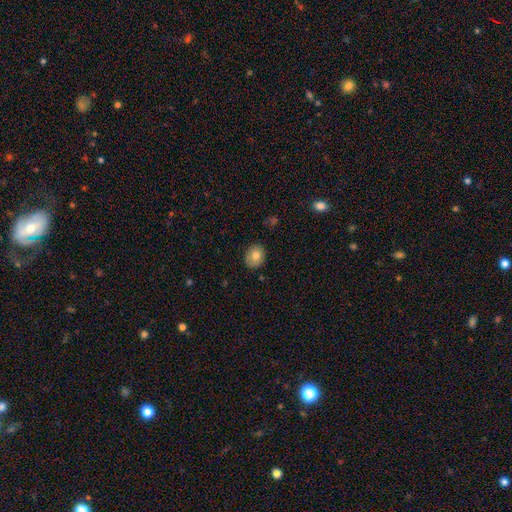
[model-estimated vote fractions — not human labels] Morphology: type=smooth (76%); roundness=round (63%); merging=none (84%).